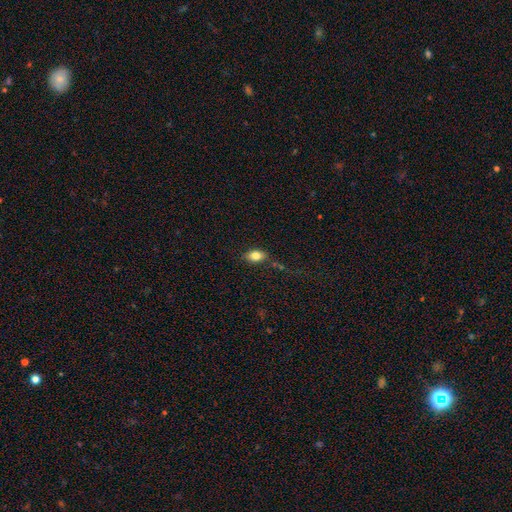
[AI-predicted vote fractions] Q: Smooth or featured?
A: smooth (81%); runner-up: featured or disk (10%)
Q: How rounded?
A: in between (84%); runner-up: round (13%)
Q: Merging?
A: none (74%); runner-up: minor disturbance (16%)